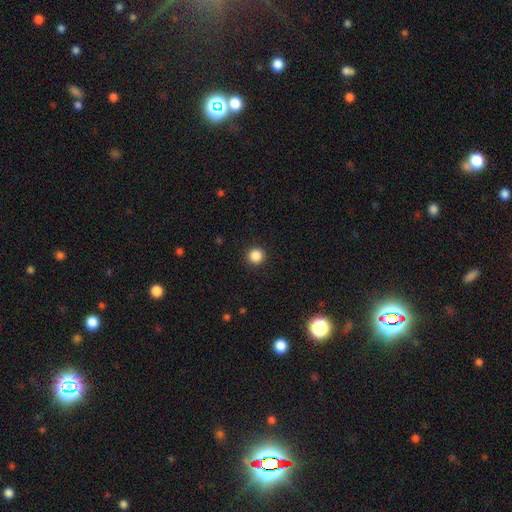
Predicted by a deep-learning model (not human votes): Smooth or featured? smooth (86%)
How rounded? round (95%)
Merging? none (93%)